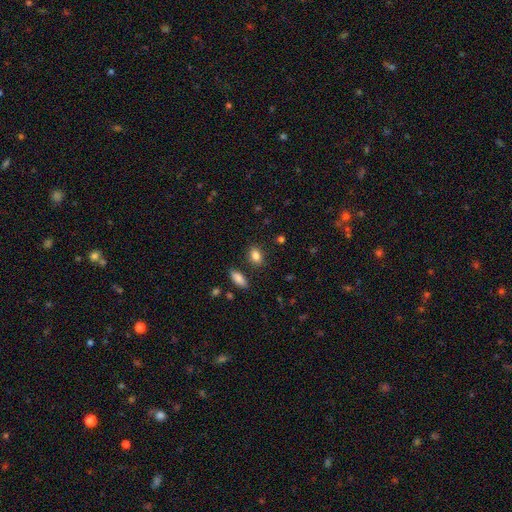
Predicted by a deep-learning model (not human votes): Morphology: type=smooth (85%); roundness=in between (80%); merging=none (83%).